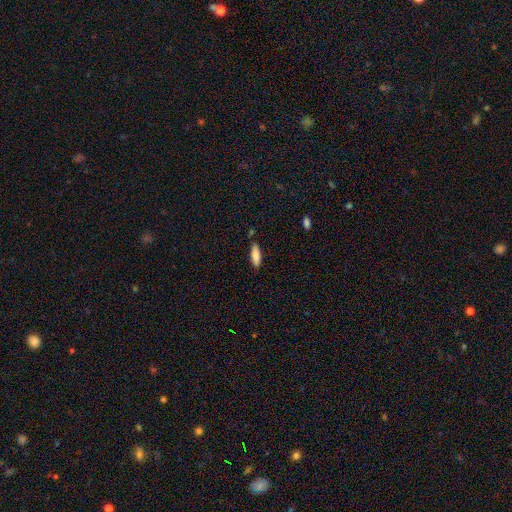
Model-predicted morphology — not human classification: A smooth galaxy with no disk features (83%) that is in between round and cigar-shaped (56%). Merging: none (79%).